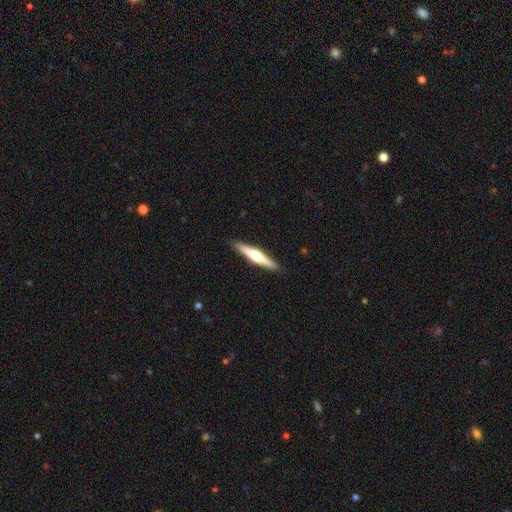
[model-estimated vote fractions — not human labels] The model was most divided on "smooth or featured": featured or disk: 62%, smooth: 33%, star or artifact: 5%. More confident: edge-on disk — yes (97%); edge-on bulge — rounded (91%); merging — none (91%).